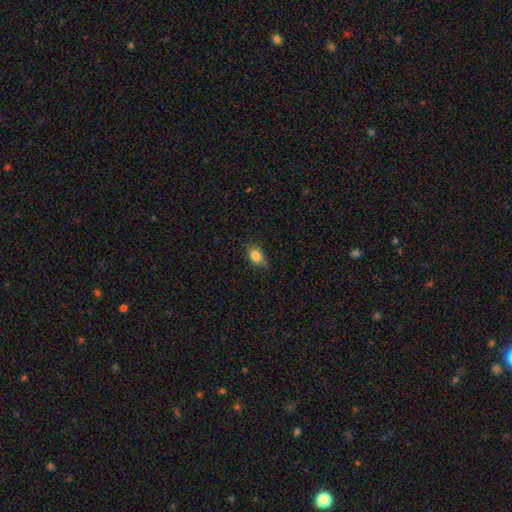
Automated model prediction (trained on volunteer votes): Smooth or featured: smooth — 84% (star or artifact — 10%)
How rounded: in between — 60% (round — 38%)
Merging: none — 69% (minor disturbance — 25%)